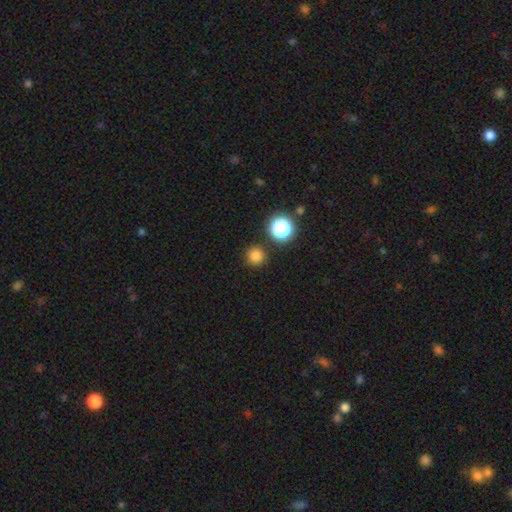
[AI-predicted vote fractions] A smooth galaxy with no disk features (80%) that is round (95%).

Vote fractions:
- Smooth or featured? smooth: 80% / star or artifact: 16% / featured or disk: 4%
- How rounded? round: 95% / in between: 4% / cigar-shaped: 1%
- Merging? none: 89% / minor disturbance: 6% / merger: 3% / major disturbance: 2%